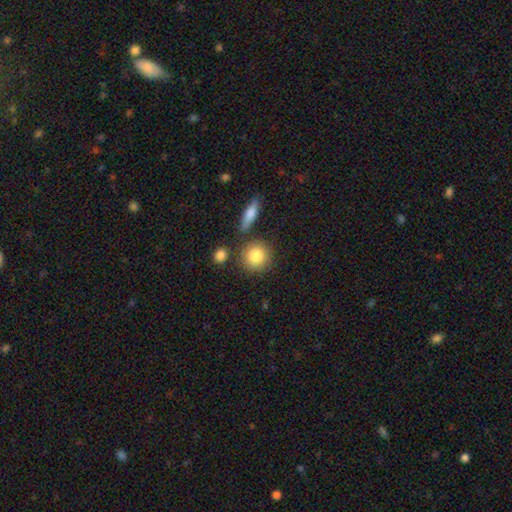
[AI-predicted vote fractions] smooth-or-featured: smooth: 83% | featured or disk: 9% | star or artifact: 8%
  how-rounded: round: 87% | in between: 11% | cigar-shaped: 2%
  merging: none: 78% | minor disturbance: 10% | merger: 9% | major disturbance: 3%